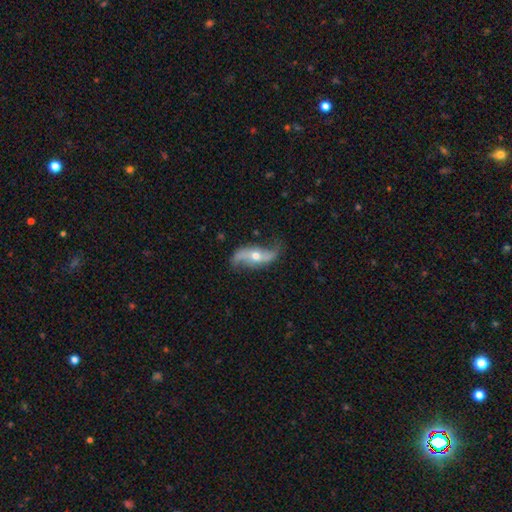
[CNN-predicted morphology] Smooth or featured? featured or disk (84%)
Edge-on disk? no (90%)
Bar? no (53%)
Spiral arms? yes (94%)
Spiral winding? loose (88%)
Spiral arm count? 2 (93%)
Bulge size? moderate (65%)
Merging? none (74%)